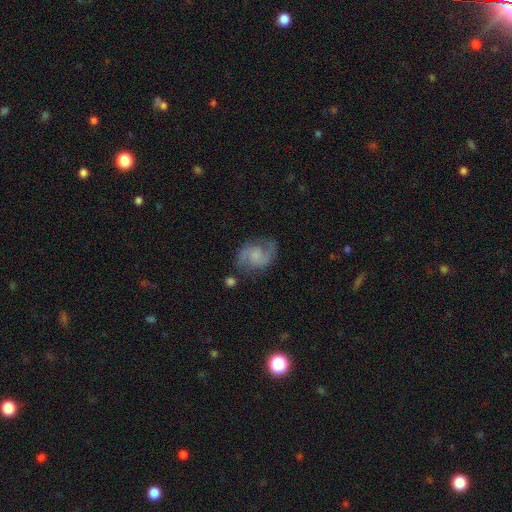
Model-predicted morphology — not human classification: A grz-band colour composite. It shows a featured or disk galaxy (80%) with no bar (58%), 2 (91%) medium (54%) spiral arms (96%) and no central bulge (42%). Merging: none (74%).